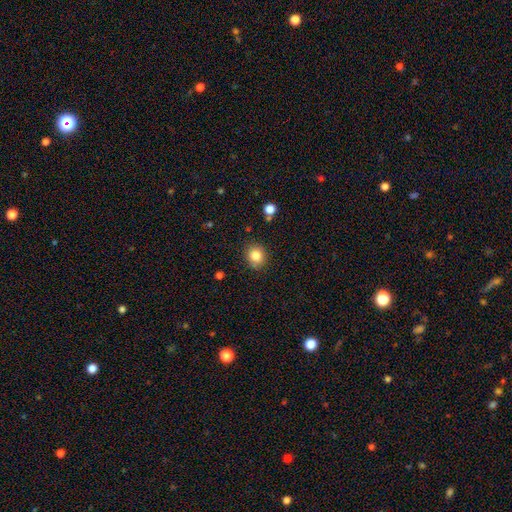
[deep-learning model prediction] Smooth or featured: smooth — 84% (star or artifact — 10%)
How rounded: round — 79% (in between — 20%)
Merging: none — 88% (minor disturbance — 8%)